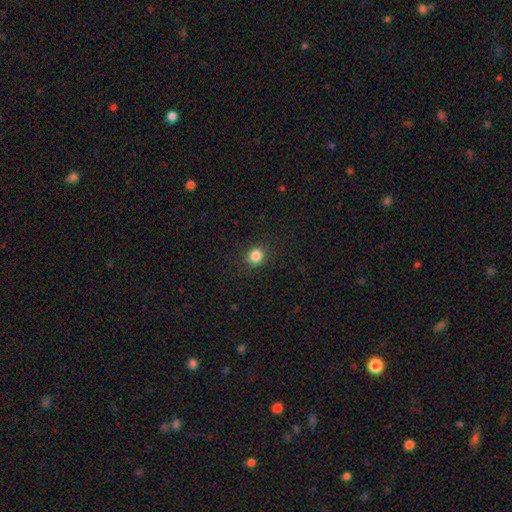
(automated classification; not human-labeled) smooth 85%, star or artifact 12%, featured or disk 4%. Down the decision tree: how rounded — round (92%); merging — none (90%).